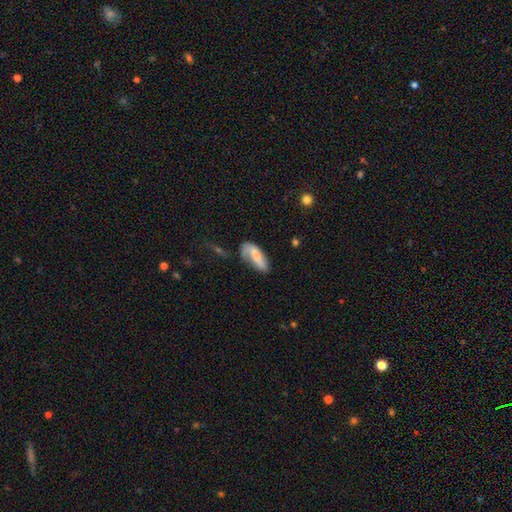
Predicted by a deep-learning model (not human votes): A smooth galaxy with no disk features (70%) that is in between round and cigar-shaped (71%).

Vote fractions:
- Smooth or featured? smooth: 70% / featured or disk: 22% / star or artifact: 8%
- How rounded? in between: 71% / cigar-shaped: 27% / round: 2%
- Merging? none: 40% / minor disturbance: 28% / major disturbance: 22% / merger: 10%